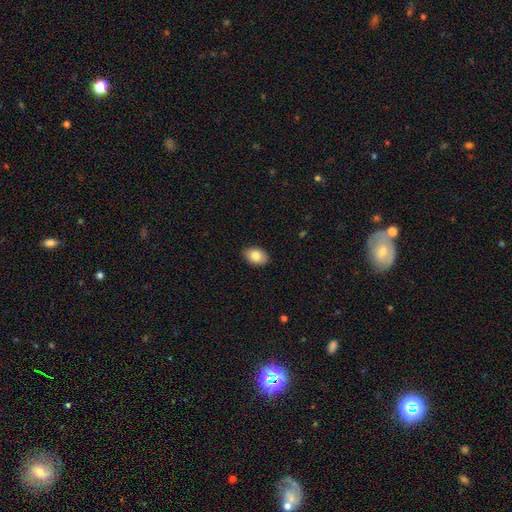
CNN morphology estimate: Smooth or featured?
  - smooth: 82% *
  - featured or disk: 11%
  - star or artifact: 7%
How rounded?
  - in between: 82% *
  - round: 17%
  - cigar-shaped: 1%
Merging?
  - none: 89% *
  - minor disturbance: 8%
  - major disturbance: 2%
  - merger: 1%